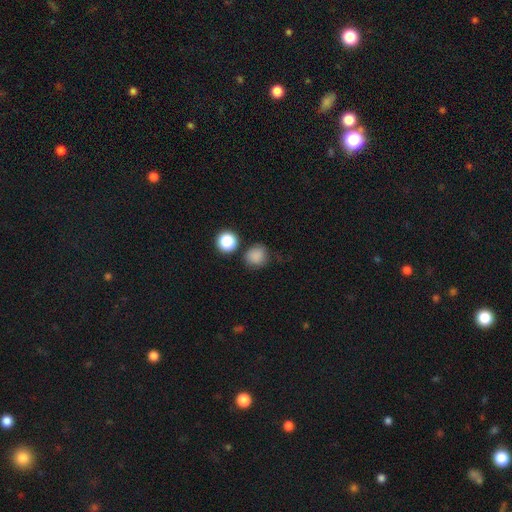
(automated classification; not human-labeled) A smooth galaxy with no disk features (83%) that is round (83%).

Vote fractions:
- Smooth or featured? smooth: 83% / star or artifact: 13% / featured or disk: 5%
- How rounded? round: 83% / in between: 16% / cigar-shaped: 1%
- Merging? none: 70% / minor disturbance: 17% / merger: 8% / major disturbance: 5%